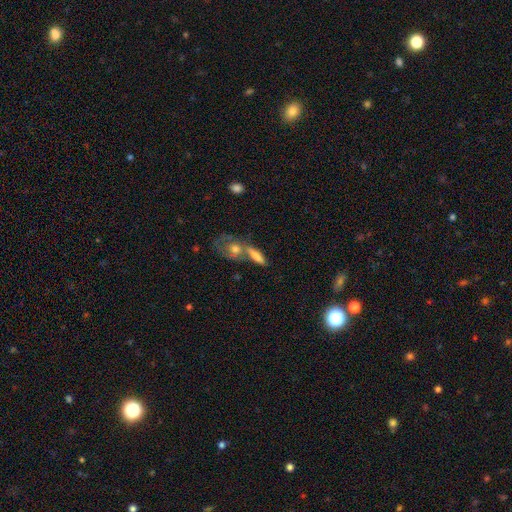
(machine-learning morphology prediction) The model was most divided on "merging": merger: 41%, none: 40%, minor disturbance: 12%, major disturbance: 7%. Remaining: smooth or featured — smooth (66%); how rounded — in between (47%).